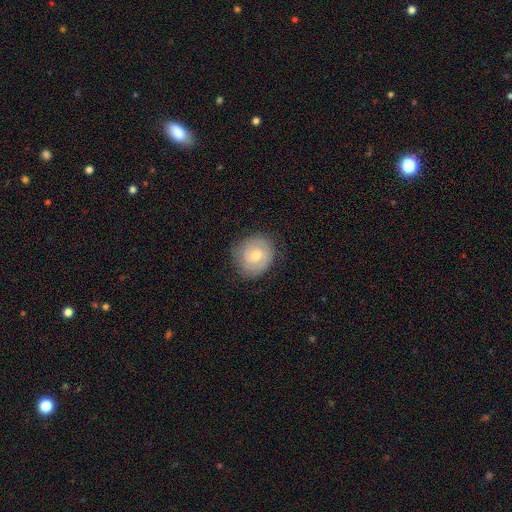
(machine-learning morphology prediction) The model was most divided on "bulge size": moderate: 49%, small: 44%, large: 3%, none: 2%, dominant: 1%. More confident: edge-on disk — no (98%); spiral arms — yes (90%); merging — none (80%); spiral winding — tight (69%); smooth or featured — featured or disk (66%); spiral arm count — 2 (60%); bar — no (57%).